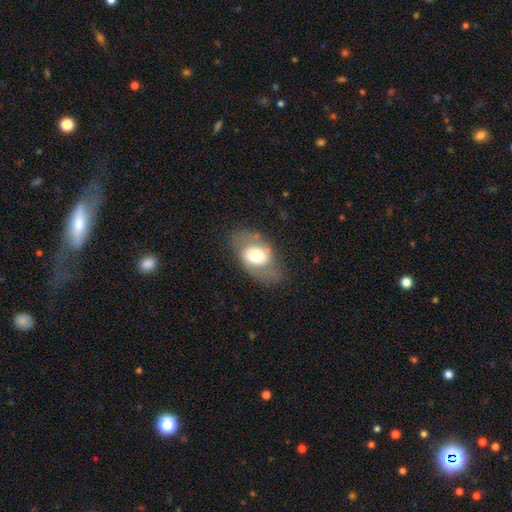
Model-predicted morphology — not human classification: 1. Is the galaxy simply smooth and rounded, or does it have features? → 51% featured or disk, 41% smooth, 7% star or artifact.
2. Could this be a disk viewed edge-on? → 92% no, 8% yes.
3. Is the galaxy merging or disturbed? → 70% none, 18% minor disturbance, 10% major disturbance, 1% merger.